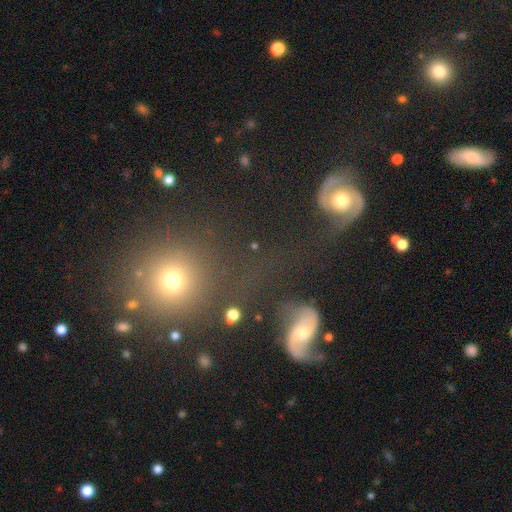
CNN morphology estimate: Overall: featured or disk (44%; smooth 33%). Merging: none (55%; major disturbance 16%).